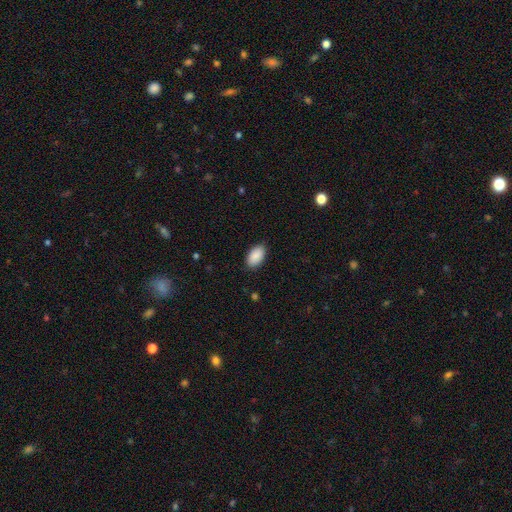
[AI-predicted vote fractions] Overall: smooth (91%). How rounded: in between (95%). Merging: none (88%).